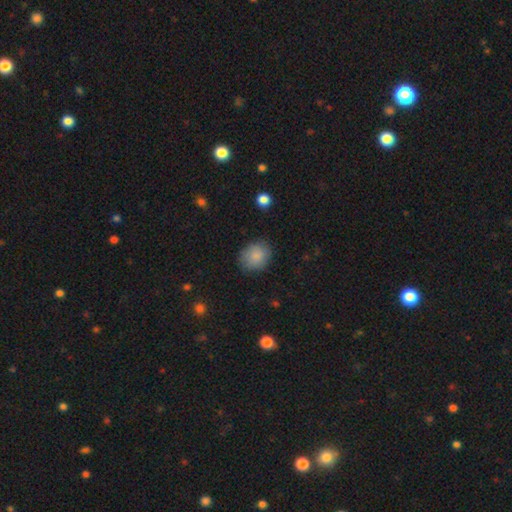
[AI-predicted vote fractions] Q: Smooth or featured?
A: smooth (86%); runner-up: star or artifact (8%)
Q: How rounded?
A: round (52%); runner-up: in between (47%)
Q: Merging?
A: none (81%); runner-up: minor disturbance (14%)